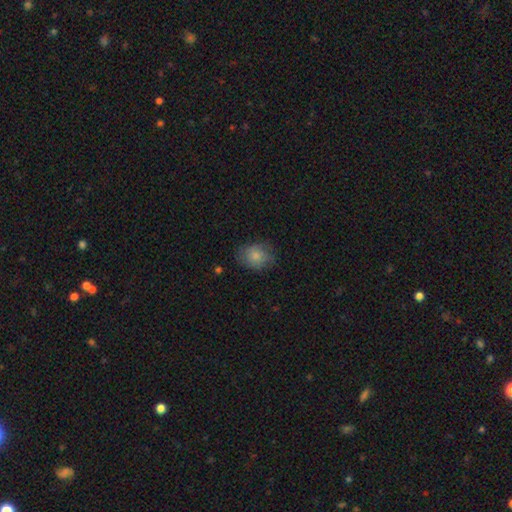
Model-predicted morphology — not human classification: Smooth or featured? Predicted: smooth (p=0.77). How rounded? Predicted: in between (p=0.57). Merging? Predicted: none (p=0.69).